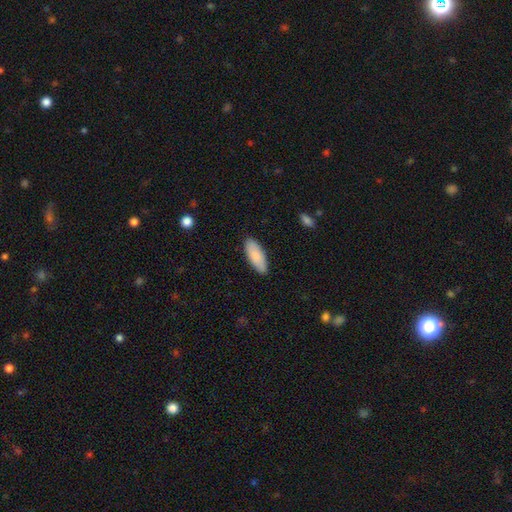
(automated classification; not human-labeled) smooth_or_featured: smooth (p=0.86) [alt: featured or disk p=0.08]
how_rounded: in between (p=0.76) [alt: cigar-shaped p=0.23]
merging: none (p=0.87) [alt: minor disturbance p=0.10]